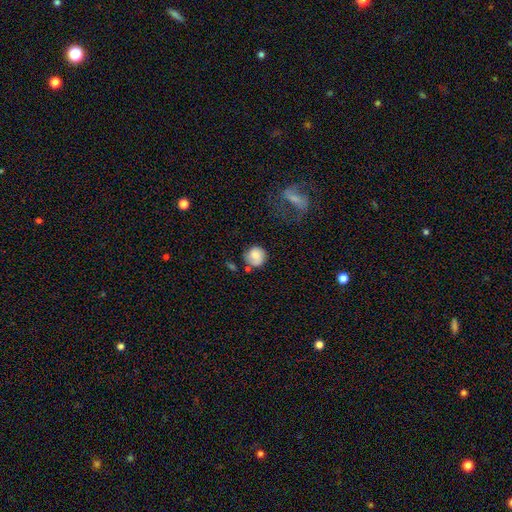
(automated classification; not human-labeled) The model was most divided on "merging": none: 61%, minor disturbance: 22%, merger: 8%, major disturbance: 8%. More confident: how rounded — round (88%); smooth or featured — smooth (71%).